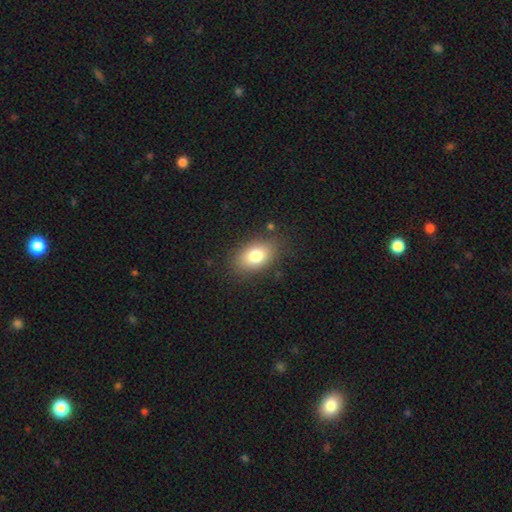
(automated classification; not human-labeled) The model was most divided on "smooth or featured": smooth: 79%, featured or disk: 12%, star or artifact: 9%. More confident: how rounded — in between (85%); merging — none (83%).